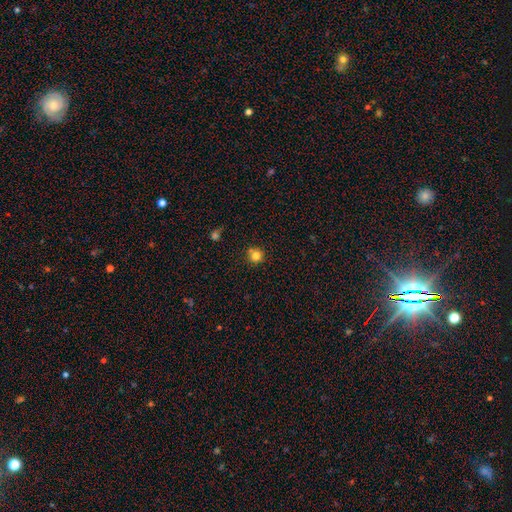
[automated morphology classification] smooth-or-featured: smooth: 81% | star or artifact: 13% | featured or disk: 6%
  how-rounded: round: 93% | in between: 6% | cigar-shaped: 1%
  merging: none: 77% | minor disturbance: 11% | merger: 10% | major disturbance: 3%